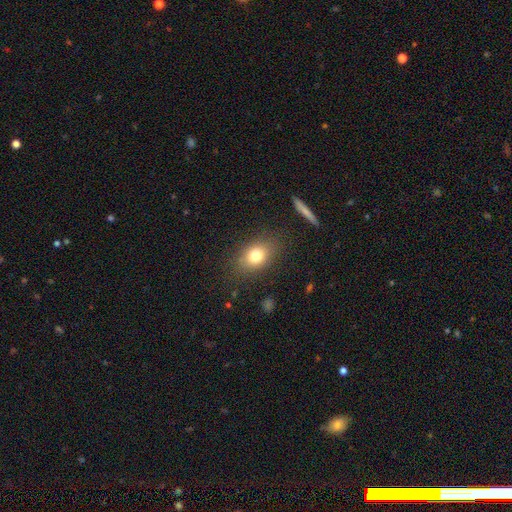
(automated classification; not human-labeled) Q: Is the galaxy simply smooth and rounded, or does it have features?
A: smooth — 77%.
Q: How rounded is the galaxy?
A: in between — 63%.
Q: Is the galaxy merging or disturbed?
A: none — 82%.